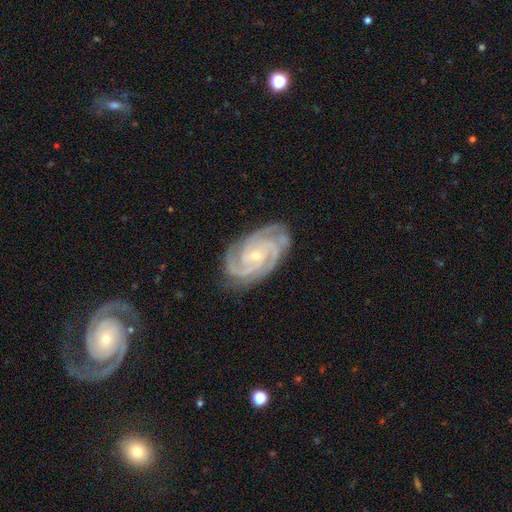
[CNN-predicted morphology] Smooth or featured: featured or disk — 93% (star or artifact — 4%)
Edge-on disk: no — 98% (yes — 2%)
Bar: no — 62% (weak — 27%)
Spiral arms: yes — 99% (no — 1%)
Spiral winding: tight — 70% (medium — 27%)
Spiral arm count: 3 — 47% (4 — 24%)
Bulge size: small — 76% (moderate — 21%)
Merging: none — 80% (minor disturbance — 15%)